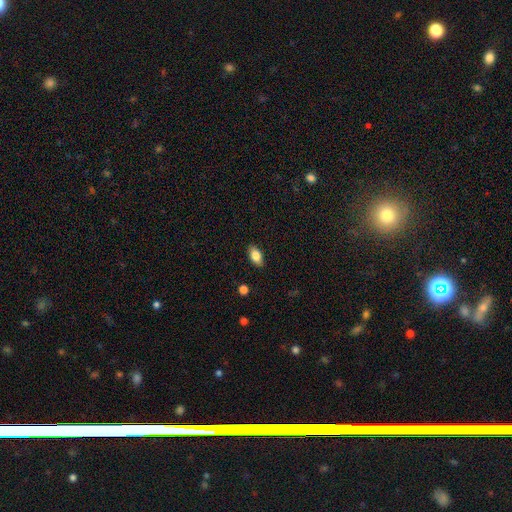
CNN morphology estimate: Smooth or featured: smooth — 84% (featured or disk — 9%)
How rounded: in between — 91% (round — 5%)
Merging: none — 87% (minor disturbance — 9%)